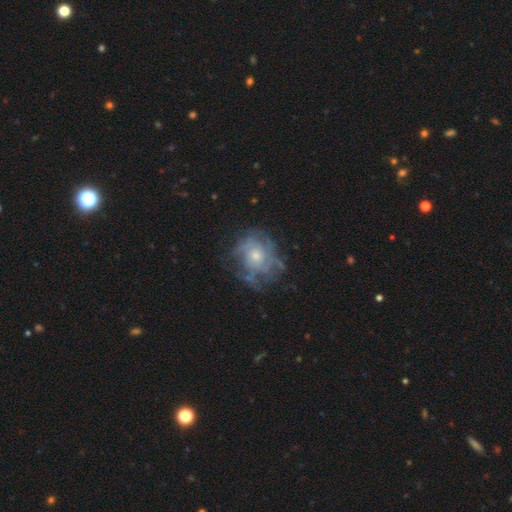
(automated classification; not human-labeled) Morphology: type=featured or disk (69%); edge-on=no (97%); bar=no (85%); spiral arms=yes (65%); bulge=moderate (52%); merging=none (62%).